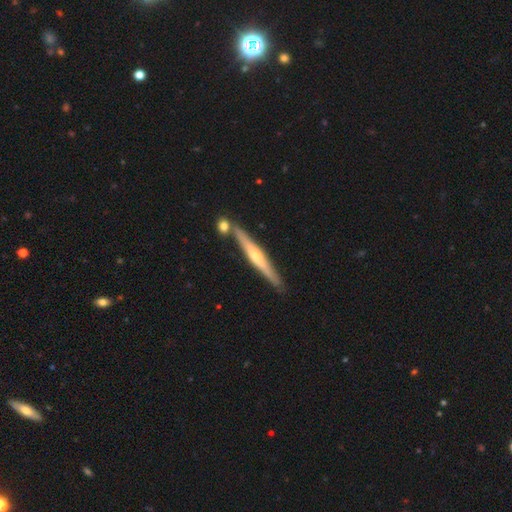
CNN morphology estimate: Q: Smooth or featured?
A: featured or disk (69%); runner-up: smooth (26%)
Q: Edge-on disk?
A: yes (97%); runner-up: no (3%)
Q: Edge-on bulge?
A: rounded (73%); runner-up: none (20%)
Q: Merging?
A: none (81%); runner-up: merger (9%)